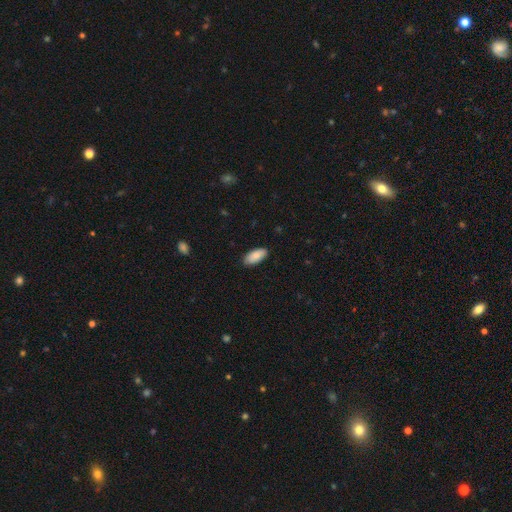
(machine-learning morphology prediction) type=smooth (84%); roundness=in between (92%); merging=none (86%).